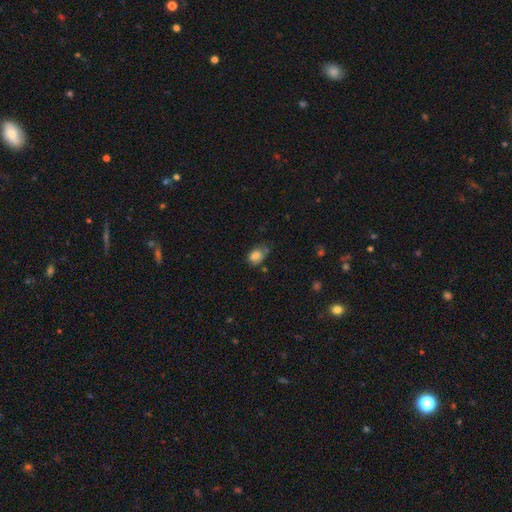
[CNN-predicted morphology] type=smooth (81%); roundness=in between (68%); merging=none (46%).